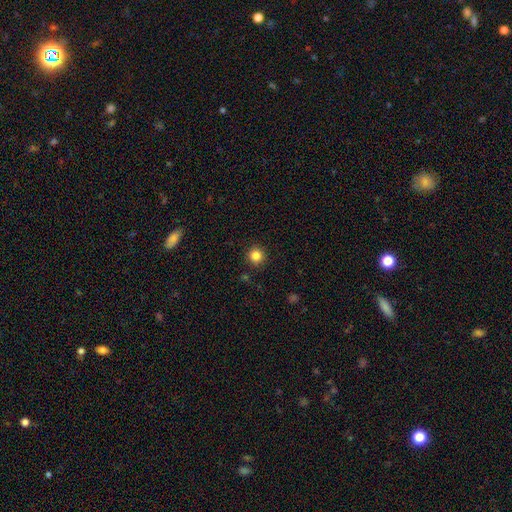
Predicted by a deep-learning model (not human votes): Morphology: type=smooth (84%); roundness=round (95%); merging=none (91%).